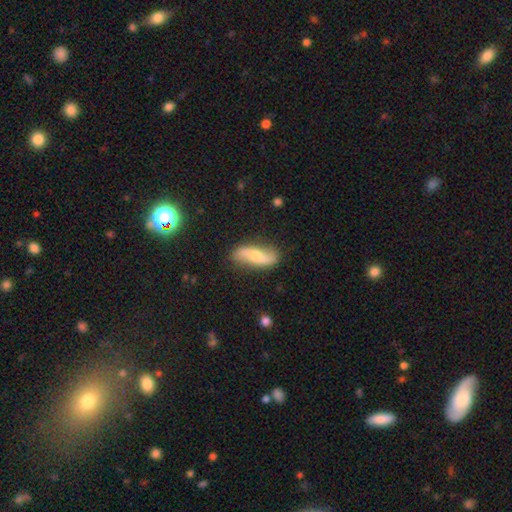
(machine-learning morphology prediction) smooth_or_featured: featured or disk (p=0.61) [alt: smooth p=0.32]
disk_edge_on: no (p=0.77) [alt: yes p=0.23]
merging: none (p=0.82) [alt: minor disturbance p=0.13]